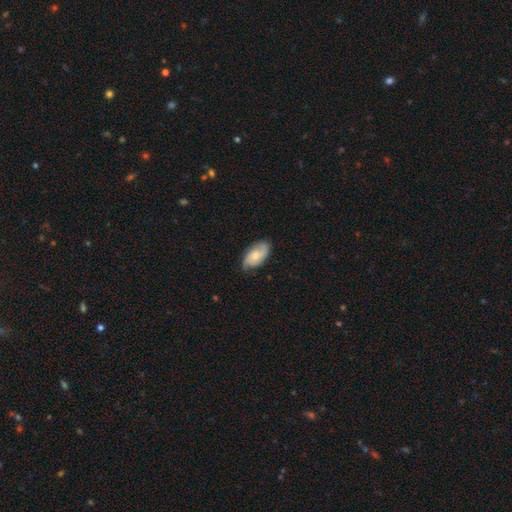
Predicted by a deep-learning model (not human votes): Smooth or featured: featured or disk — 57% (smooth — 37%)
Edge-on disk: no — 94% (yes — 6%)
Bar: no — 70% (weak — 25%)
Spiral arms: yes — 90% (no — 10%)
Bulge size: moderate — 50% (small — 41%)
Merging: none — 78% (minor disturbance — 18%)